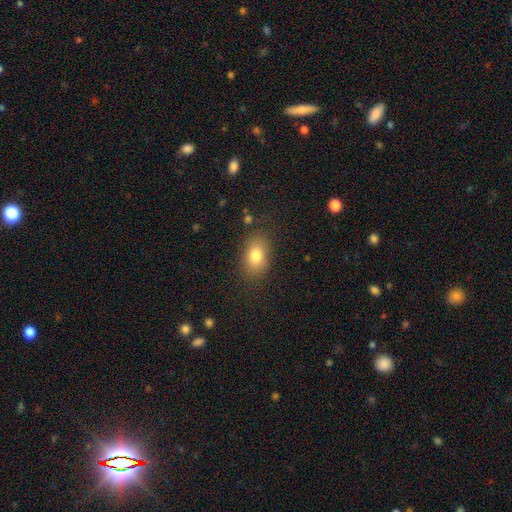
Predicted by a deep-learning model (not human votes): smooth_or_featured: smooth (p=0.80) [alt: featured or disk p=0.11]
how_rounded: in between (p=0.85) [alt: round p=0.13]
merging: none (p=0.81) [alt: minor disturbance p=0.13]